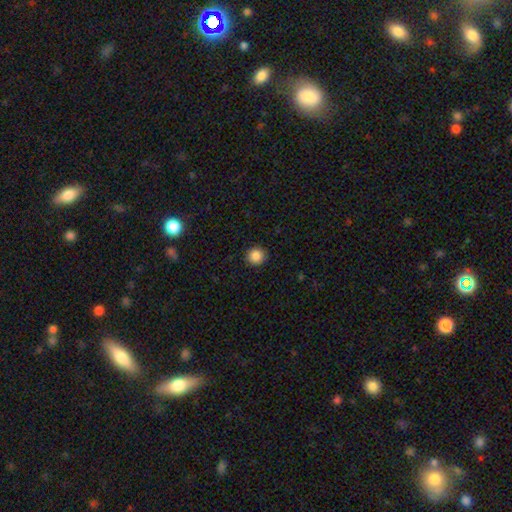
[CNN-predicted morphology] The model was most divided on "smooth or featured": smooth: 86%, star or artifact: 10%, featured or disk: 4%. More confident: how rounded — round (93%); merging — none (92%).